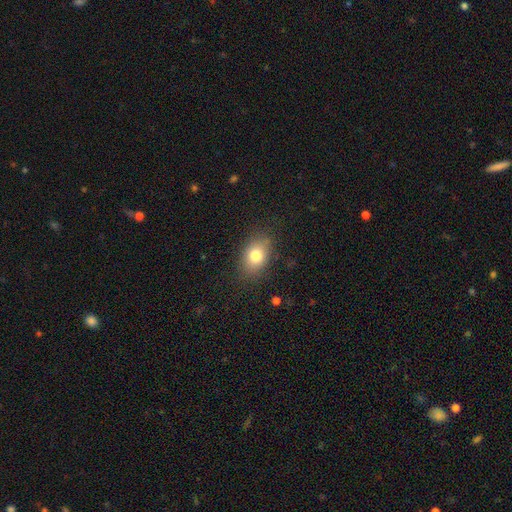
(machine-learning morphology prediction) This appears to be a smooth galaxy with no disk features (79%) that is in between round and cigar-shaped (76%). Merging: none (81%).